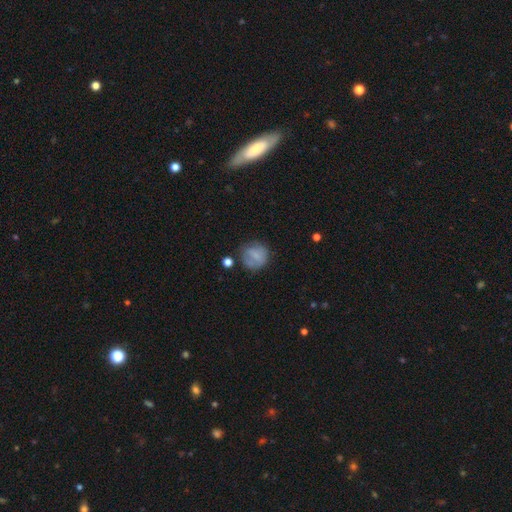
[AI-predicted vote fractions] Smooth or featured? smooth (71%)
How rounded? round (82%)
Merging? none (62%)